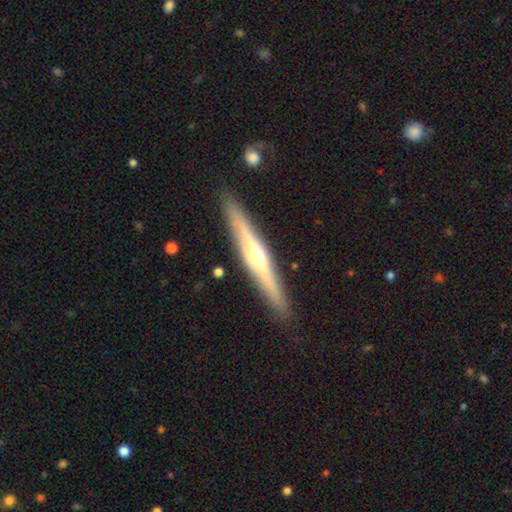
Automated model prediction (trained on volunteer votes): smooth_or_featured: featured or disk (p=0.70) [alt: smooth p=0.24]
disk_edge_on: yes (p=0.96) [alt: no p=0.04]
edge_on_bulge: rounded (p=0.87) [alt: none p=0.09]
merging: none (p=0.90) [alt: minor disturbance p=0.07]